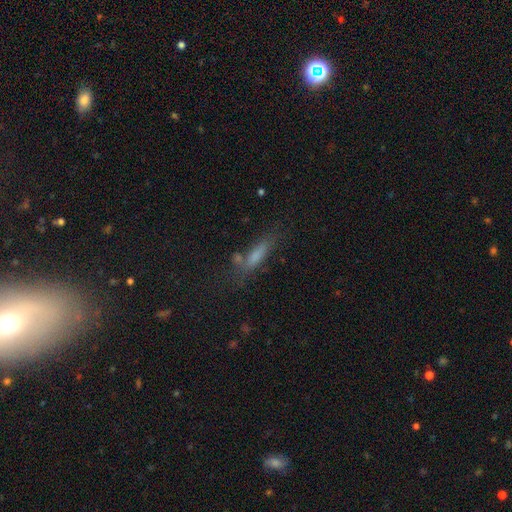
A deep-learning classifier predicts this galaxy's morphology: Smooth or featured? Predicted: smooth (p=0.65). How rounded? Predicted: cigar-shaped (p=0.69). Merging? Predicted: none (p=0.59).